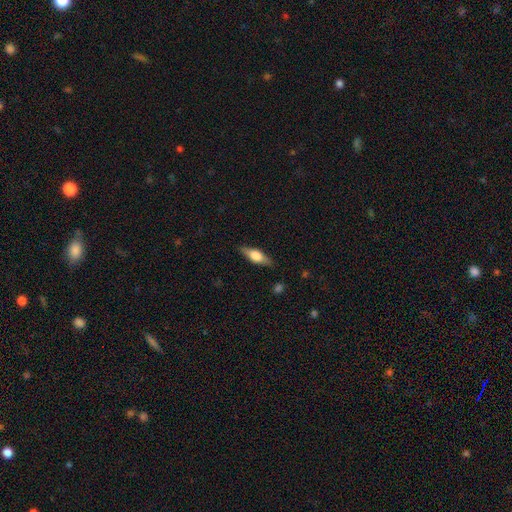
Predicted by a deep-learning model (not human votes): The model was most divided on "smooth or featured": smooth: 53%, featured or disk: 40%, star or artifact: 6%. More confident: merging — none (85%); how rounded — in between (55%).